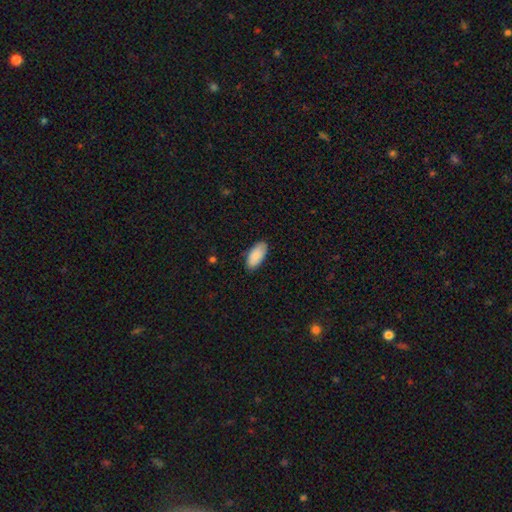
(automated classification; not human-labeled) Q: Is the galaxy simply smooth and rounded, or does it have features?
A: smooth — 89%.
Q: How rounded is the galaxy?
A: in between — 93%.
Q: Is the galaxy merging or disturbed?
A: none — 86%.